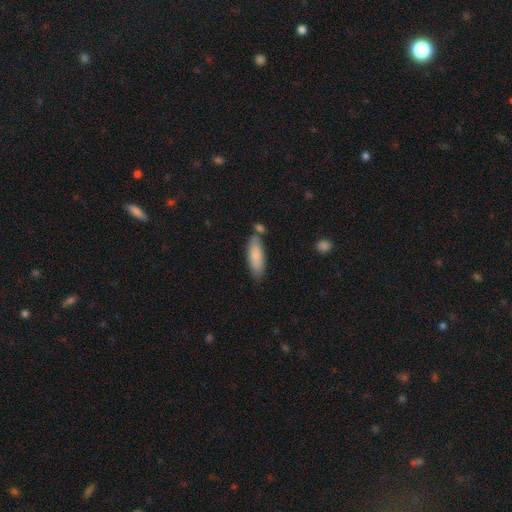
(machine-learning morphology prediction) This is clearly a smooth galaxy (83%). How rounded: possibly in between (58%). Merging: likely none (66%).